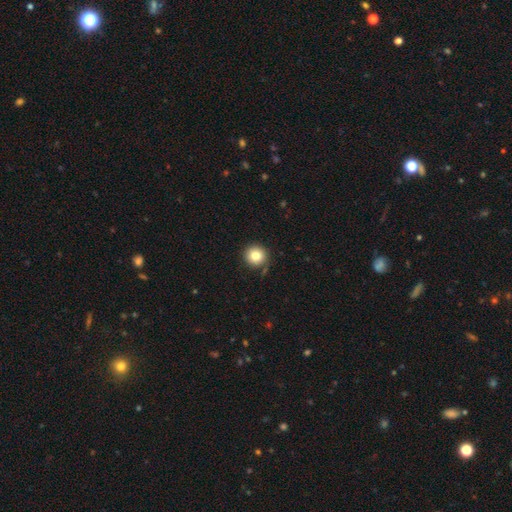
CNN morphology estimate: A smooth galaxy with no disk features (82%) that is round (94%).

Vote fractions:
- Smooth or featured? smooth: 82% / star or artifact: 10% / featured or disk: 7%
- How rounded? round: 94% / in between: 5% / cigar-shaped: 1%
- Merging? none: 85% / minor disturbance: 10% / major disturbance: 3% / merger: 3%